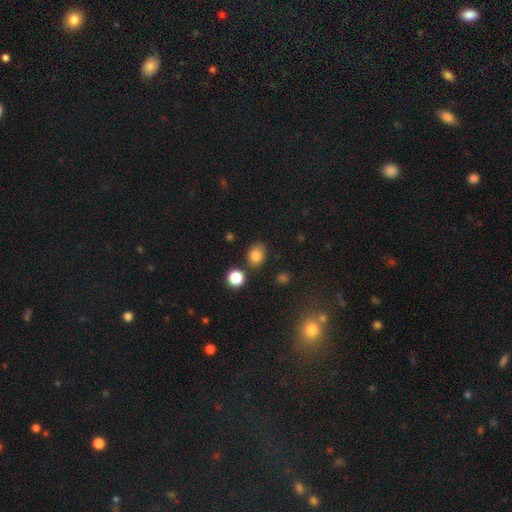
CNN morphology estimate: Smooth or featured?
  - smooth: 83% *
  - star or artifact: 11%
  - featured or disk: 6%
How rounded?
  - in between: 56% *
  - round: 43%
  - cigar-shaped: 1%
Merging?
  - none: 77% *
  - minor disturbance: 13%
  - merger: 6%
  - major disturbance: 3%